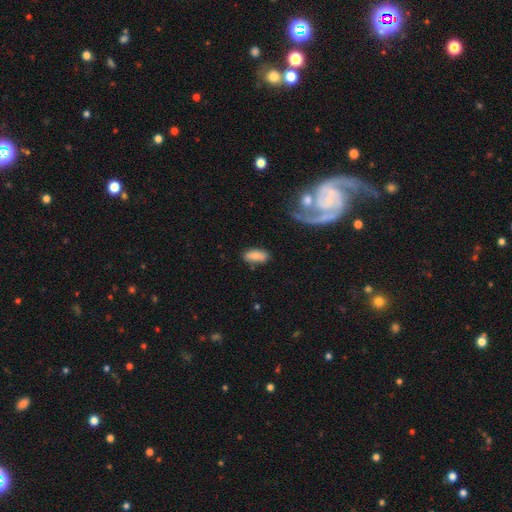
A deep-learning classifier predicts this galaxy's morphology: Smooth or featured? smooth (80%)
How rounded? in between (89%)
Merging? none (77%)